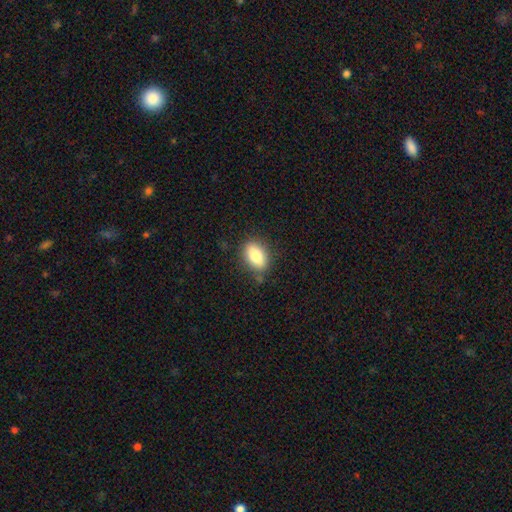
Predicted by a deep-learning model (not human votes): smooth 80%, featured or disk 12%, star or artifact 8%. Down the decision tree: how rounded — in between (84%); merging — none (78%).